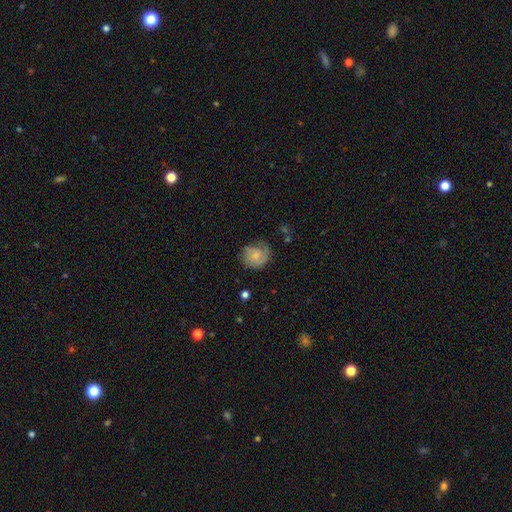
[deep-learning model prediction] smooth-or-featured: smooth: 49% | featured or disk: 42% | star or artifact: 9%
  merging: none: 60% | minor disturbance: 25% | major disturbance: 13% | merger: 2%